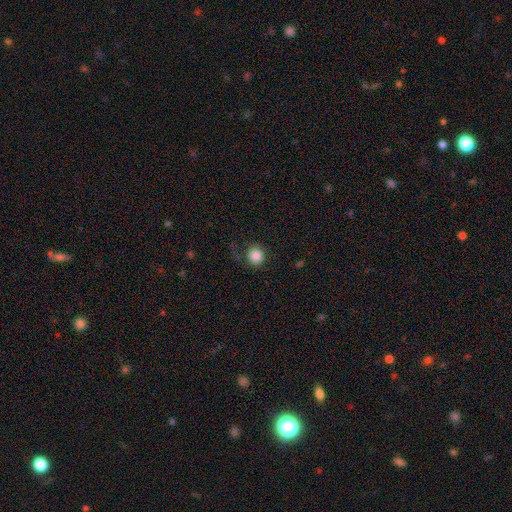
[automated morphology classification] type=smooth (84%); roundness=round (91%); merging=none (72%).